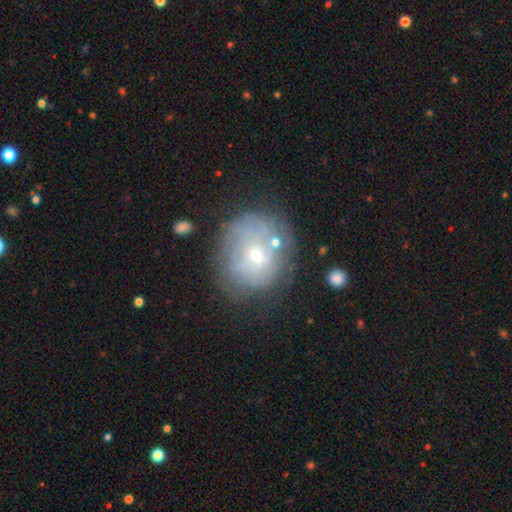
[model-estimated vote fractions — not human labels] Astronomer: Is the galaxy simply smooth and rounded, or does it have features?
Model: featured or disk — 50% (runner-up: smooth, 39%).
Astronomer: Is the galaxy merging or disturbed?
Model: none — 58%.